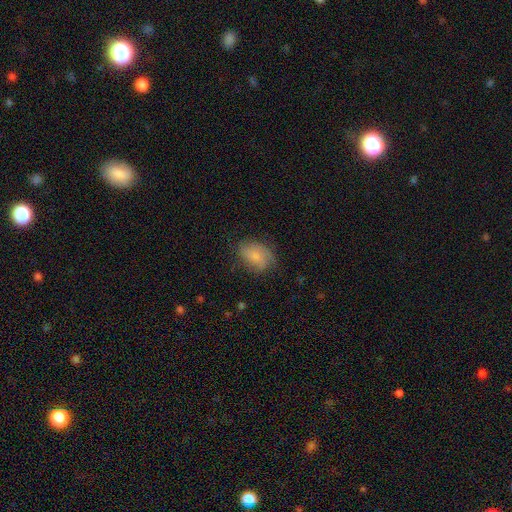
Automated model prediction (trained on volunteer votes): Q: Smooth or featured?
A: smooth (64%); runner-up: featured or disk (28%)
Q: How rounded?
A: in between (80%); runner-up: round (19%)
Q: Merging?
A: none (65%); runner-up: minor disturbance (25%)